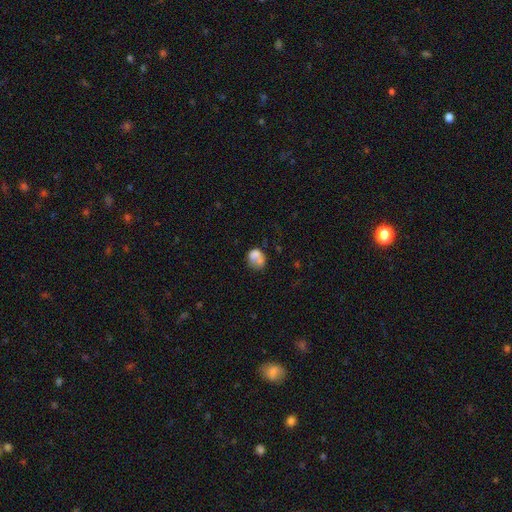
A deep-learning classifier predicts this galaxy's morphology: The model was most divided on "how rounded": round: 50%, in between: 49%, cigar-shaped: 1%. Remaining: smooth or featured — smooth (72%); merging — none (37%).